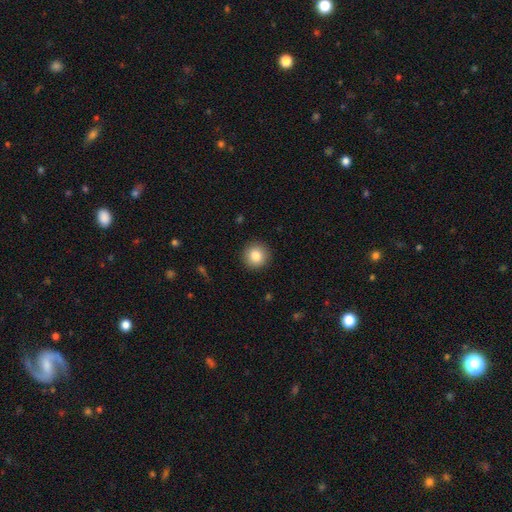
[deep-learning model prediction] Morphology: type=smooth (84%); roundness=round (94%); merging=none (92%).